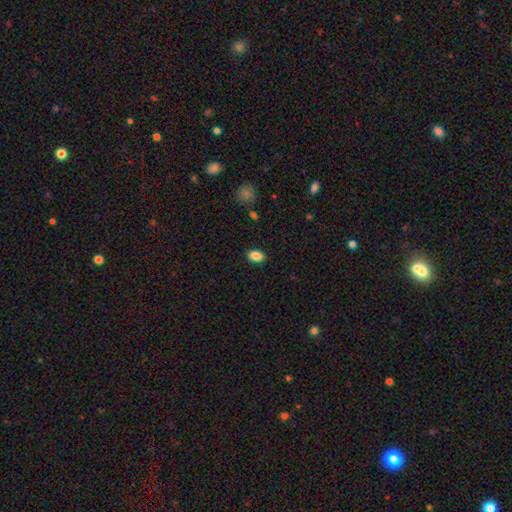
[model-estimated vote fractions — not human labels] smooth 87%, star or artifact 8%, featured or disk 5%. Down the decision tree: how rounded — in between (84%); merging — none (88%).